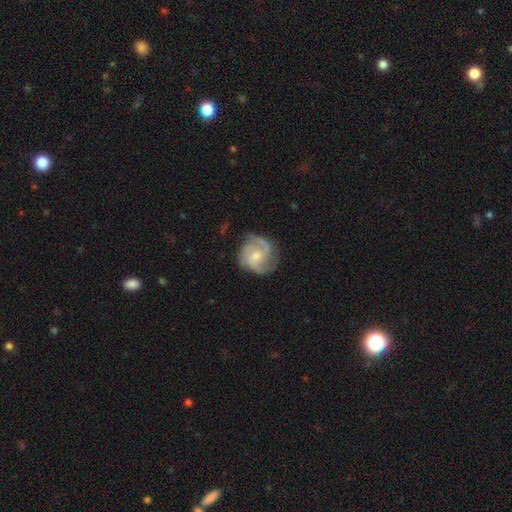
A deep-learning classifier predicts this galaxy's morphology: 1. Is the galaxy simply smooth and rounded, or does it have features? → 82% featured or disk, 13% smooth, 5% star or artifact.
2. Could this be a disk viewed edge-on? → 98% no, 2% yes.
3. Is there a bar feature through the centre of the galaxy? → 53% no, 40% weak, 7% strong.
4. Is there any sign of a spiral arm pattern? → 96% yes, 4% no.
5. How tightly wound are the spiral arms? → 52% medium, 29% tight, 19% loose.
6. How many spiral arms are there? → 38% 2, 37% 3, 11% can't tell, 6% 4, 4% 1, 4% more than 4.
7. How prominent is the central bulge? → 51% small, 44% moderate, 3% none, 2% large, 1% dominant.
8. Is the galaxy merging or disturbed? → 73% none, 19% minor disturbance, 7% major disturbance, 1% merger.